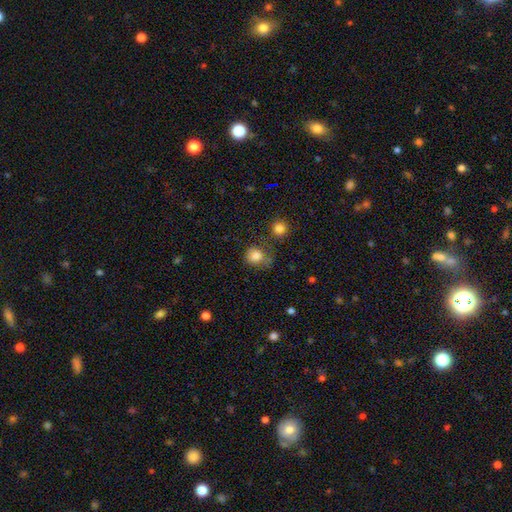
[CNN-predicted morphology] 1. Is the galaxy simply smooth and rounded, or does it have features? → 82% smooth, 11% star or artifact, 6% featured or disk.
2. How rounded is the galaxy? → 77% round, 22% in between, 1% cigar-shaped.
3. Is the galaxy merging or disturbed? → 58% none, 22% minor disturbance, 10% major disturbance, 10% merger.